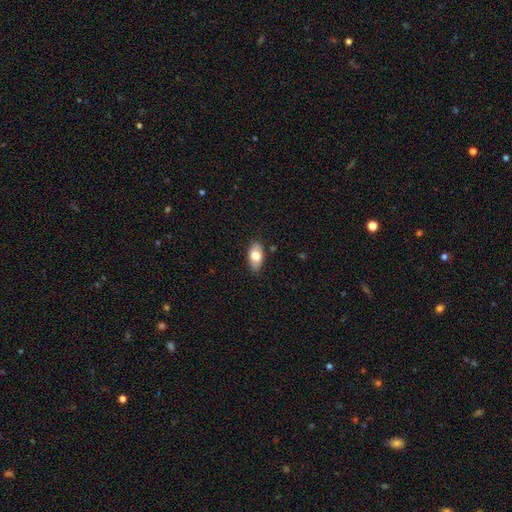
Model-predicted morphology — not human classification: smooth-or-featured: smooth: 75% | featured or disk: 18% | star or artifact: 7%
  how-rounded: in between: 92% | round: 5% | cigar-shaped: 3%
  merging: none: 84% | minor disturbance: 12% | major disturbance: 2% | merger: 1%